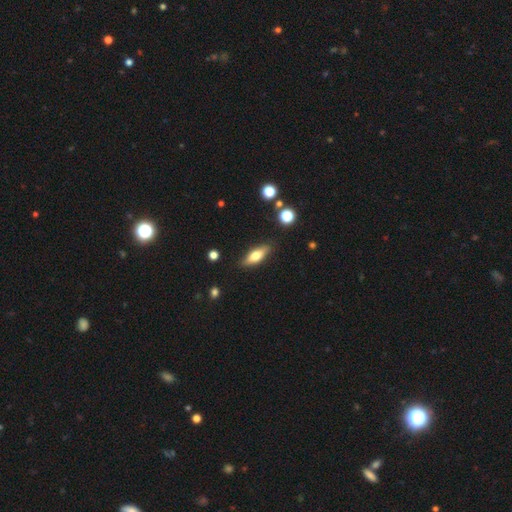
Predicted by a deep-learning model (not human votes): The model was most divided on "how rounded": in between: 61%, cigar-shaped: 36%, round: 3%. More confident: merging — none (84%); smooth or featured — smooth (64%).